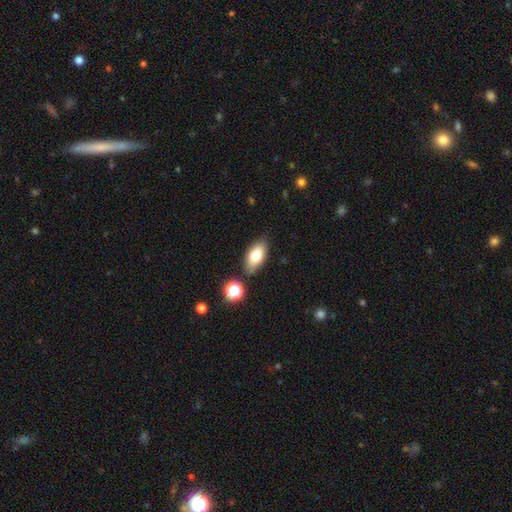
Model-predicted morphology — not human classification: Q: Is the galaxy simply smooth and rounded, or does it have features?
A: smooth — 76%.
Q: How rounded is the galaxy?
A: in between — 89%.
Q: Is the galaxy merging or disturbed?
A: none — 81%.